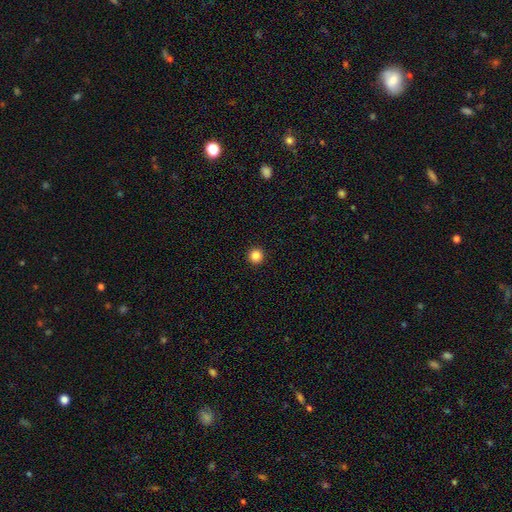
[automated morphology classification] Smooth or featured? Predicted: smooth (p=0.85). How rounded? Predicted: round (p=0.96). Merging? Predicted: none (p=0.94).